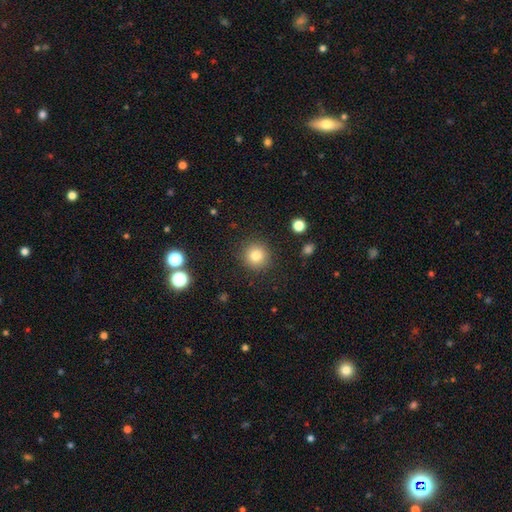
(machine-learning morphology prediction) This appears to be a smooth galaxy with no disk features (82%) that is round (94%). Merging: none (90%).